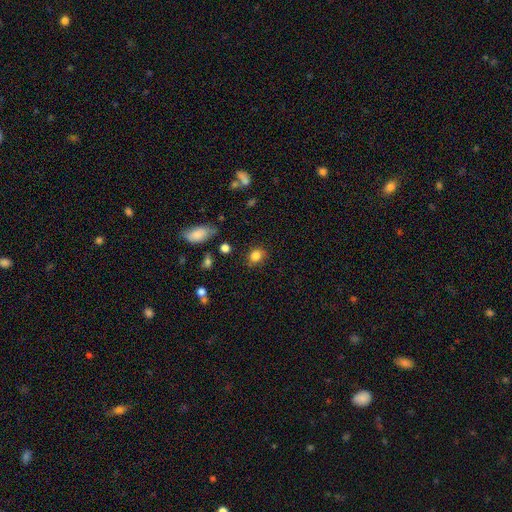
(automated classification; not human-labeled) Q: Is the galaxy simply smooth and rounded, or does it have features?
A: smooth — 83%.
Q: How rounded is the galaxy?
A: round — 52%.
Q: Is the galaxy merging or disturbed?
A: none — 72%.